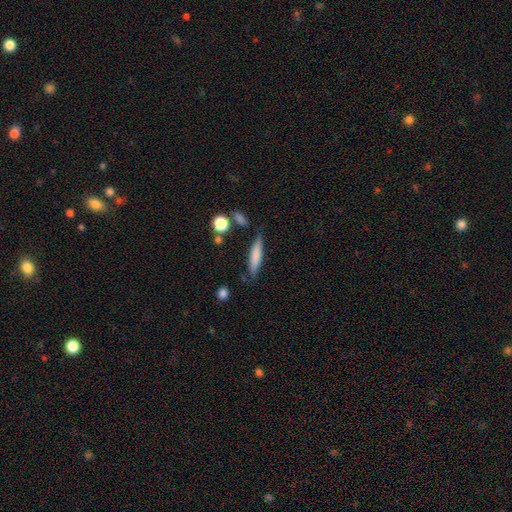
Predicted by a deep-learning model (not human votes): smooth-or-featured: smooth: 75% | featured or disk: 18% | star or artifact: 7%
  how-rounded: cigar-shaped: 84% | in between: 14% | round: 2%
  merging: none: 79% | minor disturbance: 14% | merger: 4% | major disturbance: 3%